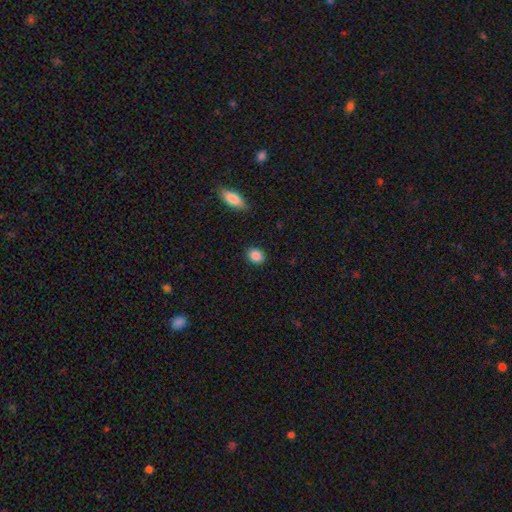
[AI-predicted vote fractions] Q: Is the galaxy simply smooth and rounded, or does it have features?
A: smooth — 88%.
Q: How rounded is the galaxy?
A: round — 58%.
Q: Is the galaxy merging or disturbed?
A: none — 89%.